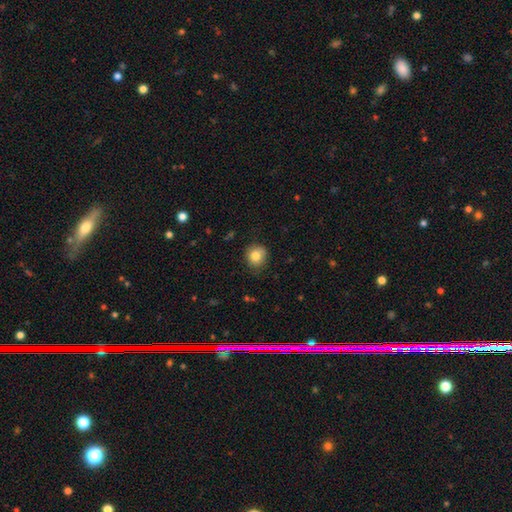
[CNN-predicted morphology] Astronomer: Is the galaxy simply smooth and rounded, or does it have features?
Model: smooth — 81%.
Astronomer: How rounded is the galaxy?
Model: round — 86%.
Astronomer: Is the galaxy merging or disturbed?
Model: none — 81%.